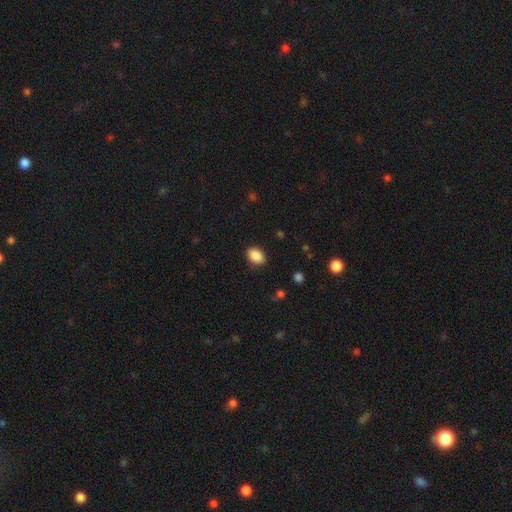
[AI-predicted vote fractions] smooth-or-featured: smooth: 89% | star or artifact: 8% | featured or disk: 3%
  how-rounded: in between: 82% | round: 17% | cigar-shaped: 1%
  merging: none: 86% | minor disturbance: 10% | major disturbance: 3% | merger: 1%